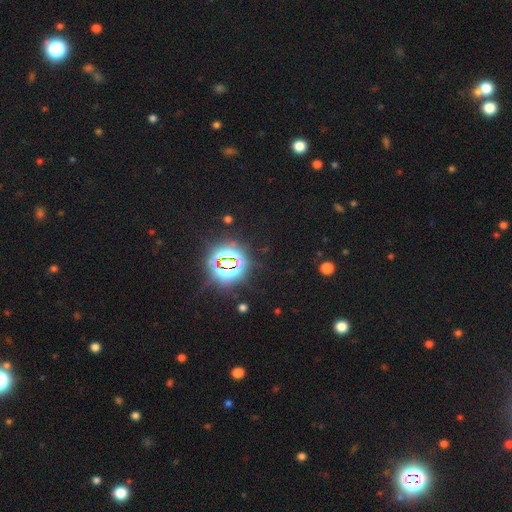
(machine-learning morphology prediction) Smooth or featured: star or artifact — 77% (smooth — 17%)